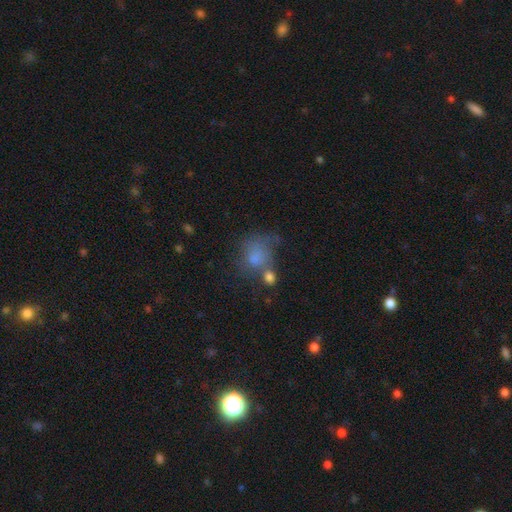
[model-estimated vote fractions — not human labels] Smooth or featured? Predicted: smooth (p=0.66). How rounded? Predicted: round (p=0.55). Merging? Predicted: none (p=0.31).